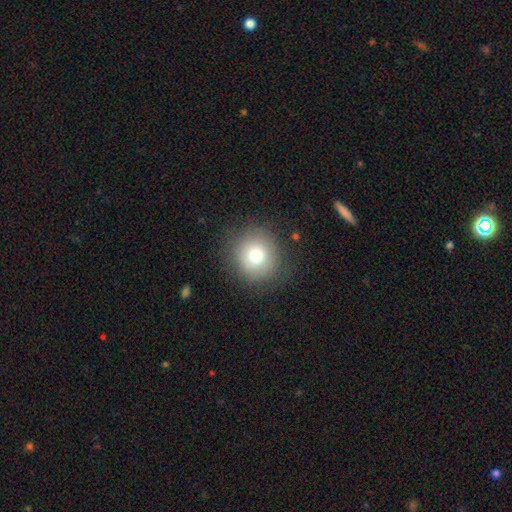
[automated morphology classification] Overall: smooth (73%). How rounded: round (92%). Merging: none (84%).